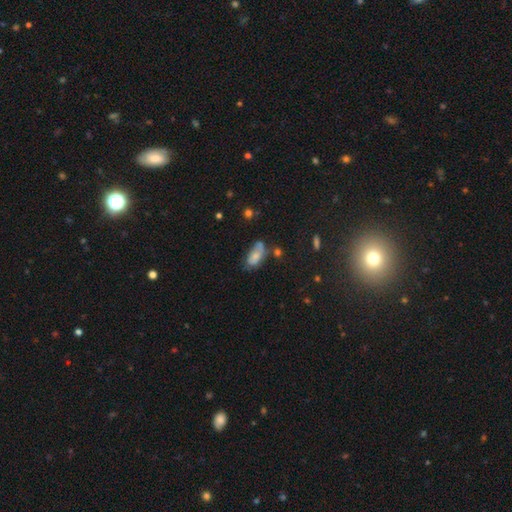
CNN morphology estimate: smooth 65%, featured or disk 25%, star or artifact 10%. Down the decision tree: how rounded — in between (89%); merging — none (43%).